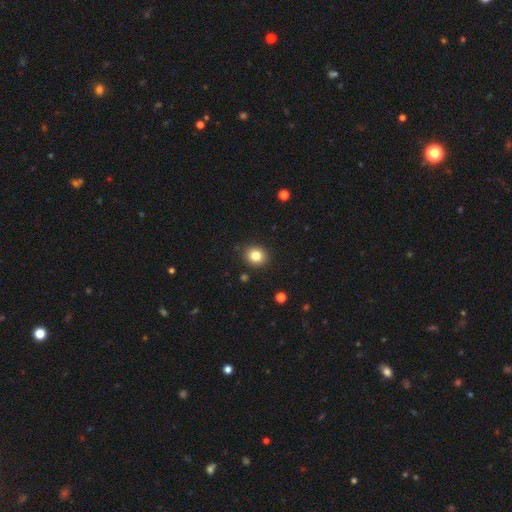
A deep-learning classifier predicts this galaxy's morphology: Smooth or featured: smooth — 82% (star or artifact — 11%)
How rounded: round — 79% (in between — 20%)
Merging: none — 90% (minor disturbance — 7%)